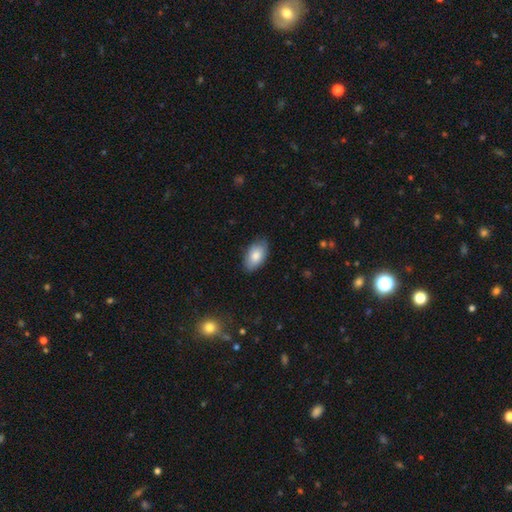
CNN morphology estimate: smooth 82%, featured or disk 12%, star or artifact 6%. Down the decision tree: how rounded — in between (94%); merging — none (82%).